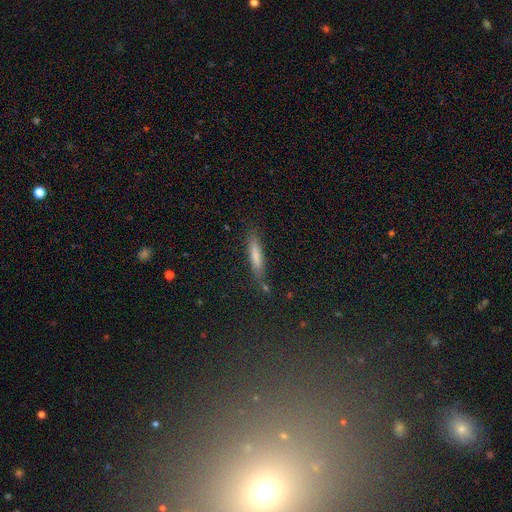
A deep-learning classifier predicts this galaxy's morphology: smooth 73%, featured or disk 18%, star or artifact 9%. Down the decision tree: how rounded — cigar-shaped (86%); merging — none (79%).